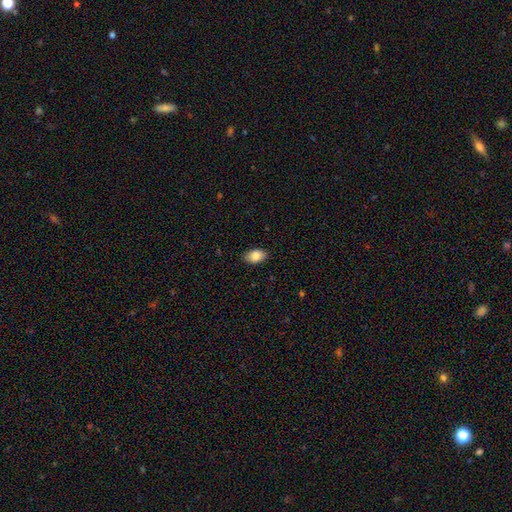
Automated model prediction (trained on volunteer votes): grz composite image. It shows a smooth galaxy with no disk features (85%) that is in between round and cigar-shaped (90%). Merging: none (88%).